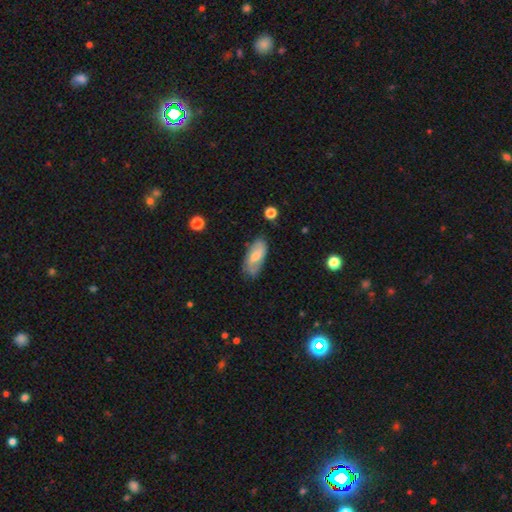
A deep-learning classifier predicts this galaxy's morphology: A smooth galaxy with no disk features (50%).

Vote fractions:
- Smooth or featured? smooth: 50% / featured or disk: 43% / star or artifact: 7%
- Merging? none: 69% / minor disturbance: 23% / major disturbance: 6% / merger: 2%